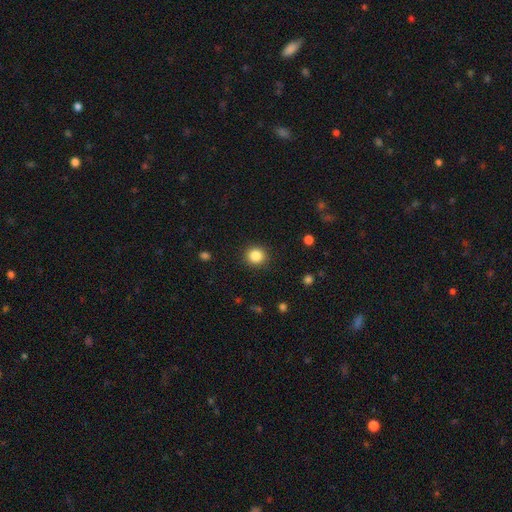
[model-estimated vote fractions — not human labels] Q: Smooth or featured?
A: smooth (85%); runner-up: star or artifact (10%)
Q: How rounded?
A: round (90%); runner-up: in between (9%)
Q: Merging?
A: none (91%); runner-up: minor disturbance (6%)